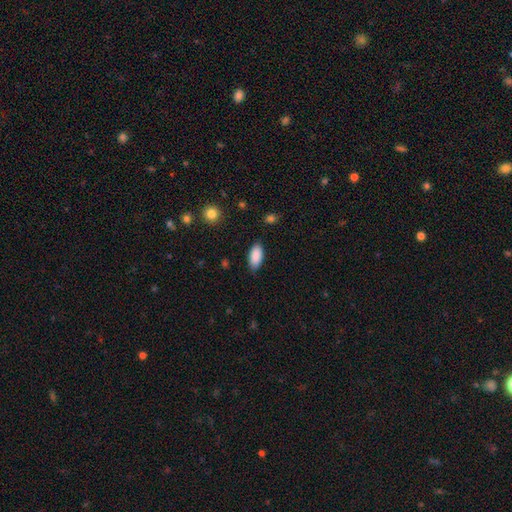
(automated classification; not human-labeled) smooth 89%, star or artifact 7%, featured or disk 5%. Down the decision tree: how rounded — in between (91%); merging — none (82%).